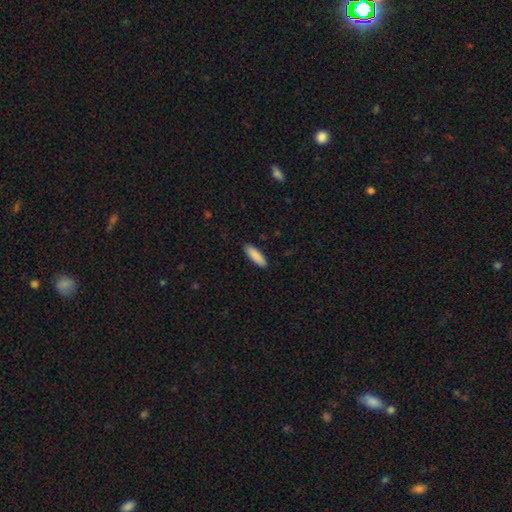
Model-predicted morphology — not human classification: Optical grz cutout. It shows a smooth galaxy with no disk features (89%) that is in between round and cigar-shaped (51%). Merging: none (90%).